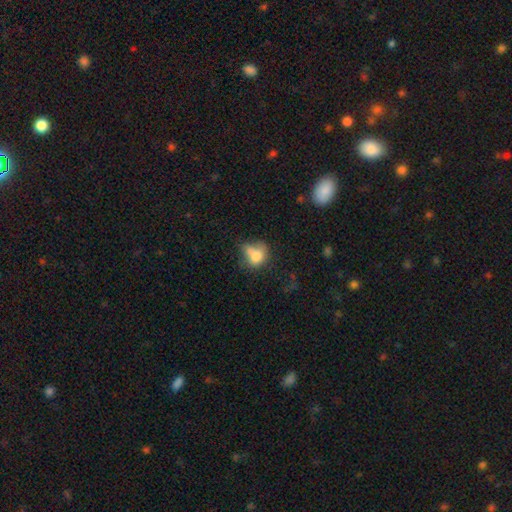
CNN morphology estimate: Smooth or featured? Predicted: smooth (p=0.73). How rounded? Predicted: round (p=0.52). Merging? Predicted: none (p=0.33).